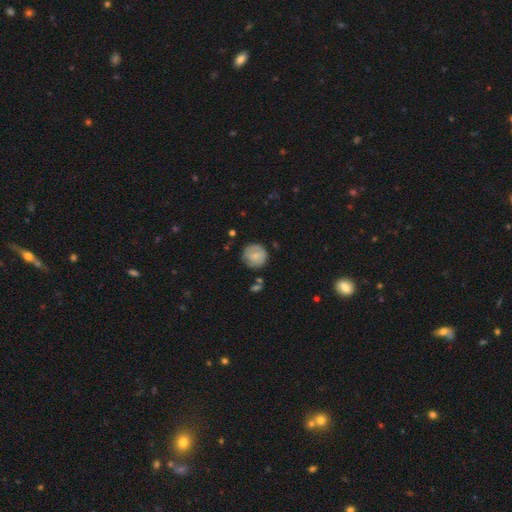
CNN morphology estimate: type=smooth (63%); roundness=round (90%); merging=none (74%).